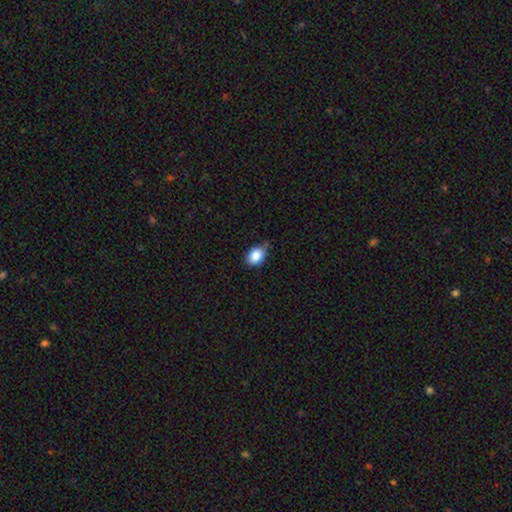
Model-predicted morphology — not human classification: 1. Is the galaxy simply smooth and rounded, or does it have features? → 88% smooth, 8% star or artifact, 4% featured or disk.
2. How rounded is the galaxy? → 74% in between, 25% round, 1% cigar-shaped.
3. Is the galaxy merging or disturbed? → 71% none, 23% minor disturbance, 3% major disturbance, 2% merger.